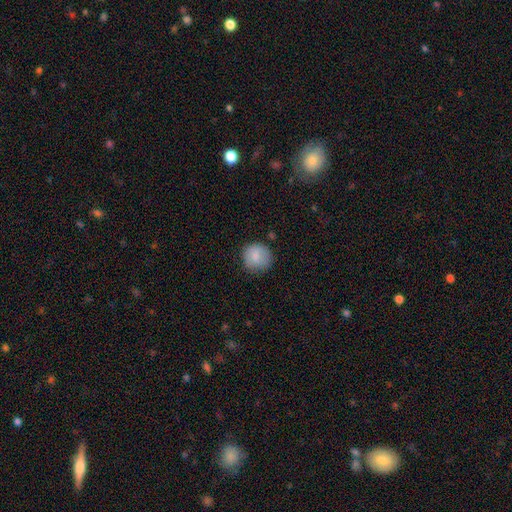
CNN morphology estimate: smooth-or-featured: smooth: 84% | featured or disk: 9% | star or artifact: 8%
  how-rounded: round: 90% | in between: 9% | cigar-shaped: 1%
  merging: none: 79% | minor disturbance: 16% | major disturbance: 4% | merger: 2%